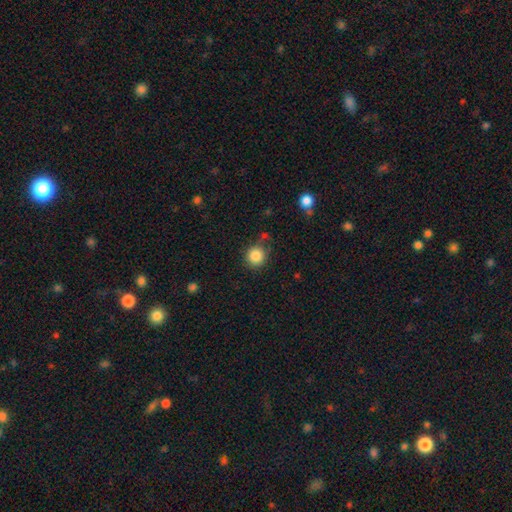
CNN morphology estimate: Smooth or featured: smooth — 85% (star or artifact — 10%)
How rounded: round — 93% (in between — 6%)
Merging: none — 78% (minor disturbance — 13%)